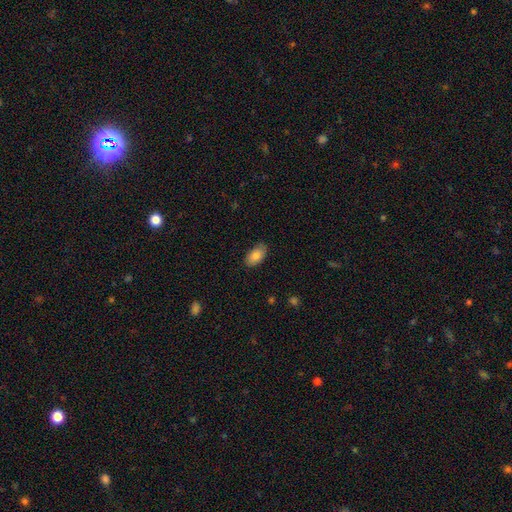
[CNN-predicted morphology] Smooth or featured: smooth — 84% (featured or disk — 9%)
How rounded: in between — 94% (round — 4%)
Merging: none — 81% (minor disturbance — 16%)